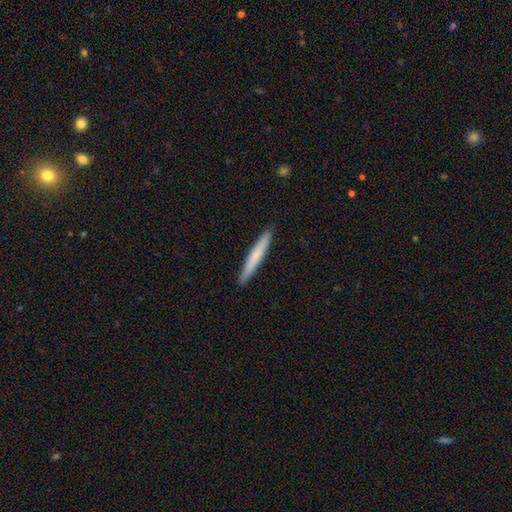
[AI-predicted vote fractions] Overall: smooth (72%). How rounded: cigar-shaped (97%). Merging: none (92%).